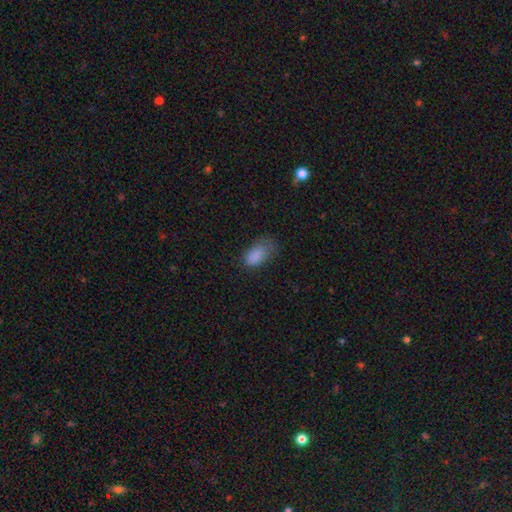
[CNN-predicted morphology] smooth 84%, star or artifact 9%, featured or disk 7%. Down the decision tree: how rounded — in between (92%); merging — none (43%).